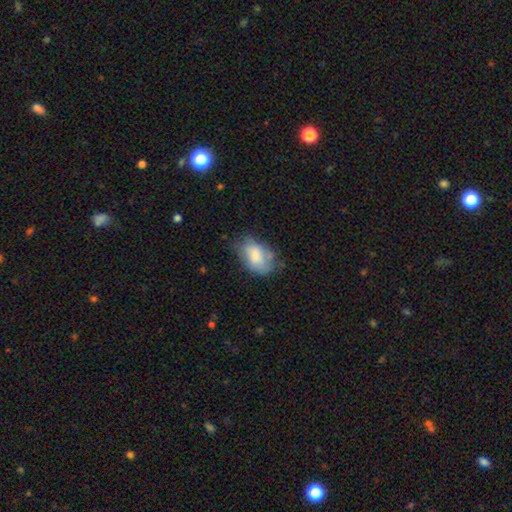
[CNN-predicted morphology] Smooth or featured?
  - smooth: 75% *
  - featured or disk: 17%
  - star or artifact: 7%
How rounded?
  - in between: 88% *
  - round: 10%
  - cigar-shaped: 1%
Merging?
  - none: 49% *
  - minor disturbance: 35%
  - major disturbance: 13%
  - merger: 3%